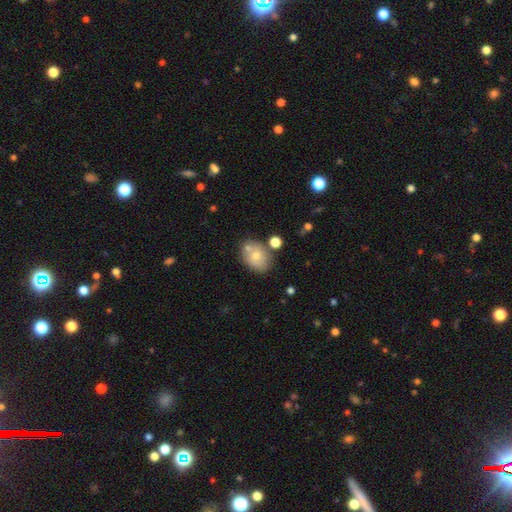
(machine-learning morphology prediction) Smooth or featured? Predicted: smooth (p=0.68). How rounded? Predicted: in between (p=0.62). Merging? Predicted: none (p=0.63).